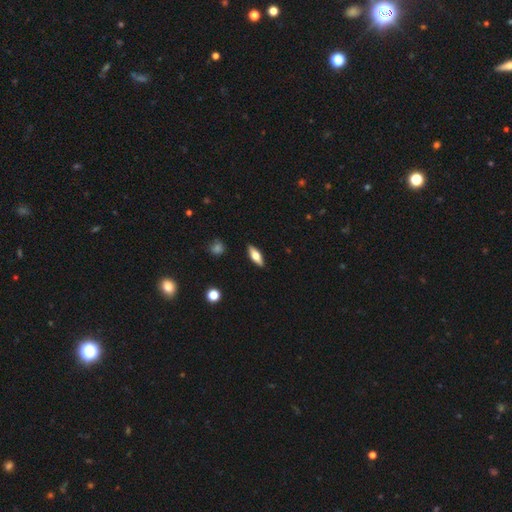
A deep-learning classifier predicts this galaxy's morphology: smooth-or-featured: smooth: 56% | featured or disk: 38% | star or artifact: 6%
  how-rounded: in between: 63% | cigar-shaped: 34% | round: 3%
  merging: none: 89% | minor disturbance: 8% | major disturbance: 2% | merger: 1%